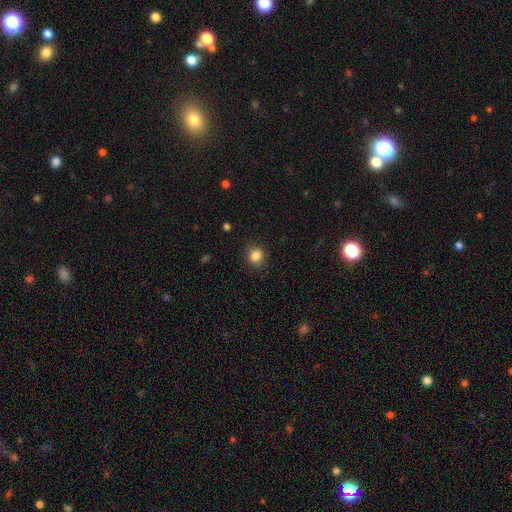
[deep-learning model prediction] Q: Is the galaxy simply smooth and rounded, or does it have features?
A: smooth — 85%.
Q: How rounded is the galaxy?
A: round — 74%.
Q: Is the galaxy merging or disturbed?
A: none — 81%.